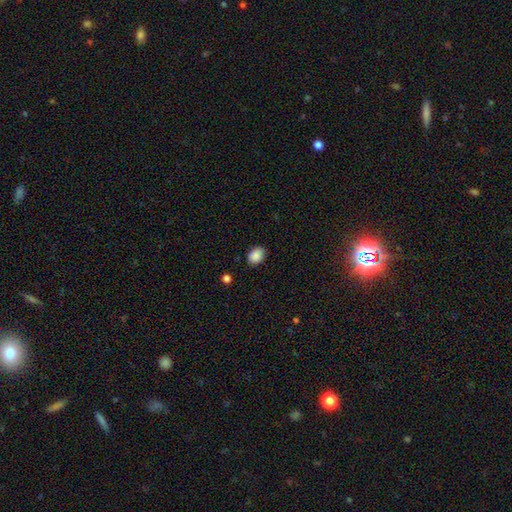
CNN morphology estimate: Smooth or featured?
  - smooth: 87% *
  - star or artifact: 9%
  - featured or disk: 4%
How rounded?
  - in between: 69% *
  - round: 30%
  - cigar-shaped: 1%
Merging?
  - none: 79% *
  - minor disturbance: 17%
  - major disturbance: 3%
  - merger: 2%